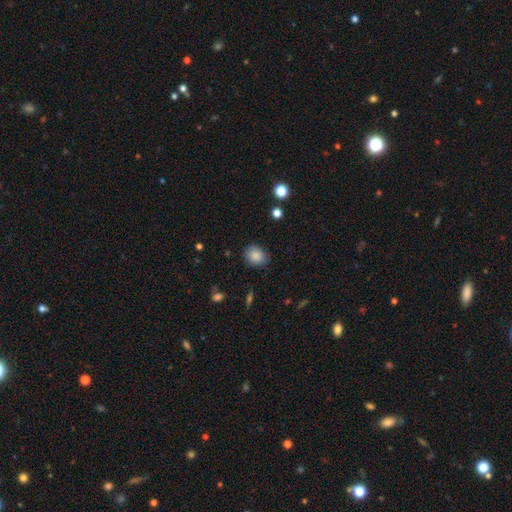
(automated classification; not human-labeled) Q: Smooth or featured?
A: smooth (86%); runner-up: star or artifact (8%)
Q: How rounded?
A: round (54%); runner-up: in between (45%)
Q: Merging?
A: none (82%); runner-up: minor disturbance (14%)